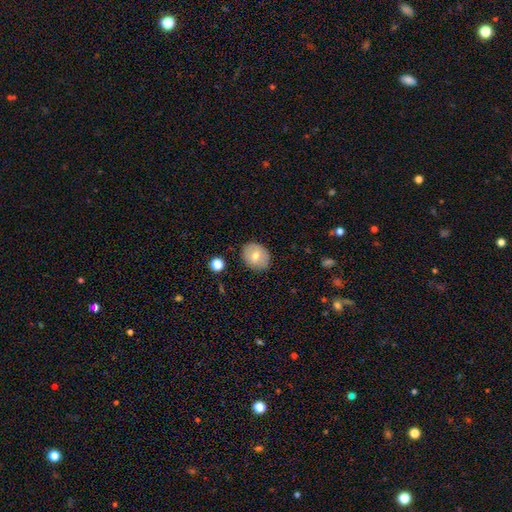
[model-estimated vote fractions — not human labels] Q: Smooth or featured?
A: smooth (67%); runner-up: featured or disk (25%)
Q: How rounded?
A: round (56%); runner-up: in between (43%)
Q: Merging?
A: none (86%); runner-up: minor disturbance (10%)